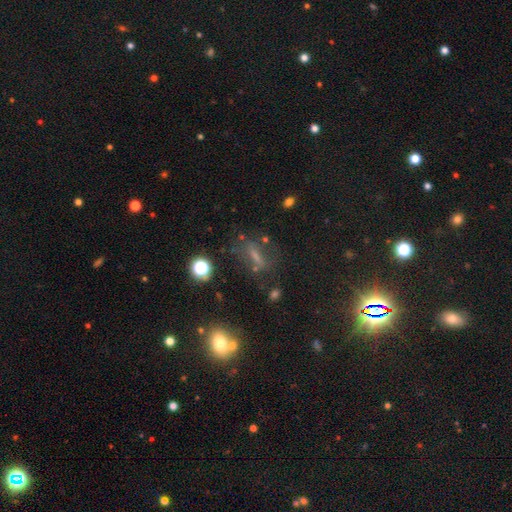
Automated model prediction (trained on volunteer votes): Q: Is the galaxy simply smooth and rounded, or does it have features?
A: smooth — 42%.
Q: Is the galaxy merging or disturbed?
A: none — 60%.